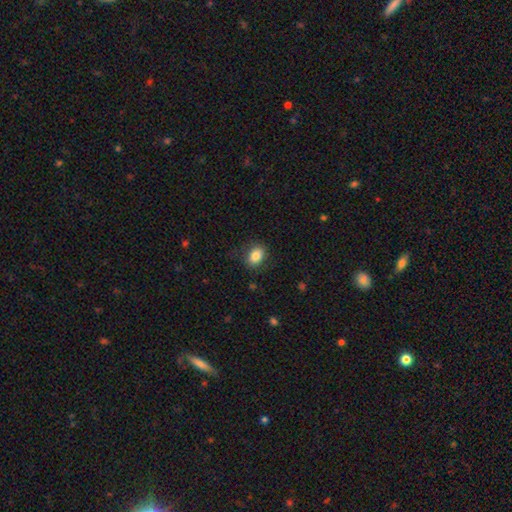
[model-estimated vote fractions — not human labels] A smooth galaxy with no disk features (85%) that is in between round and cigar-shaped (72%). Merging: none (83%).